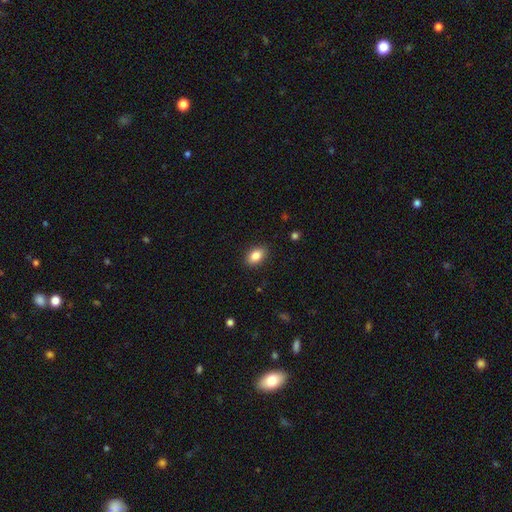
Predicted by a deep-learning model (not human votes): This is clearly a smooth galaxy (85%). How rounded: clearly in between (87%). Merging: clearly none (88%).